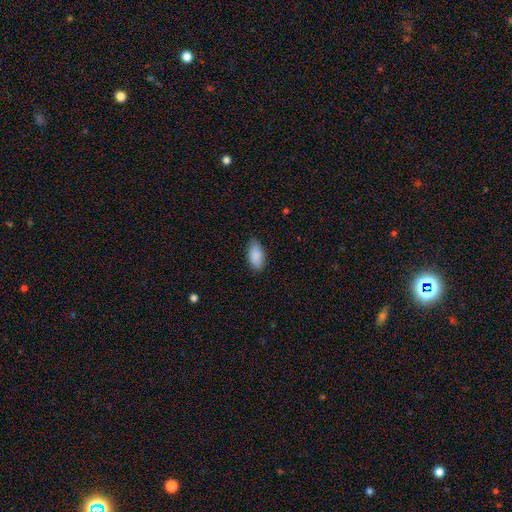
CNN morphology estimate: Smooth or featured?
  - smooth: 88% *
  - star or artifact: 6%
  - featured or disk: 6%
How rounded?
  - in between: 92% *
  - cigar-shaped: 6%
  - round: 2%
Merging?
  - none: 81% *
  - minor disturbance: 16%
  - major disturbance: 3%
  - merger: 1%